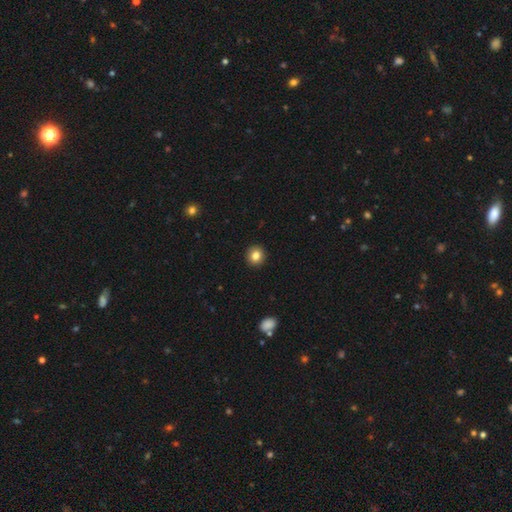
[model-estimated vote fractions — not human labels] Overall: smooth (83%). How rounded: round (90%). Merging: none (92%).